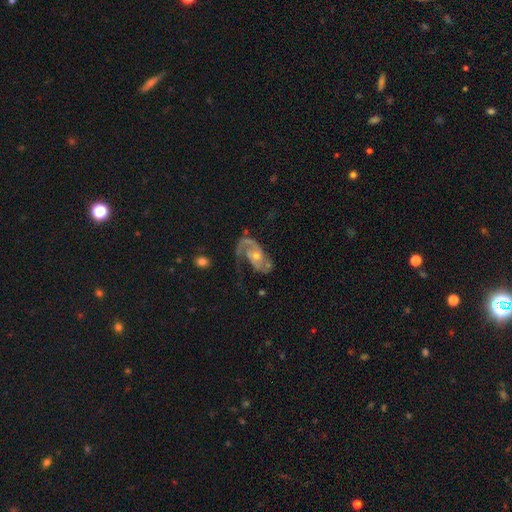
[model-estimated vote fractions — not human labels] smooth_or_featured: featured or disk (p=0.85) [alt: smooth p=0.10]
disk_edge_on: no (p=0.97) [alt: yes p=0.03]
bar: no (p=0.63) [alt: weak p=0.29]
has_spiral_arms: yes (p=0.94) [alt: no p=0.06]
spiral_winding: medium (p=0.45) [alt: loose p=0.38]
spiral_arm_count: 2 (p=0.66) [alt: 1 p=0.26]
bulge_size: moderate (p=0.53) [alt: small p=0.40]
merging: none (p=0.46) [alt: major disturbance p=0.29]